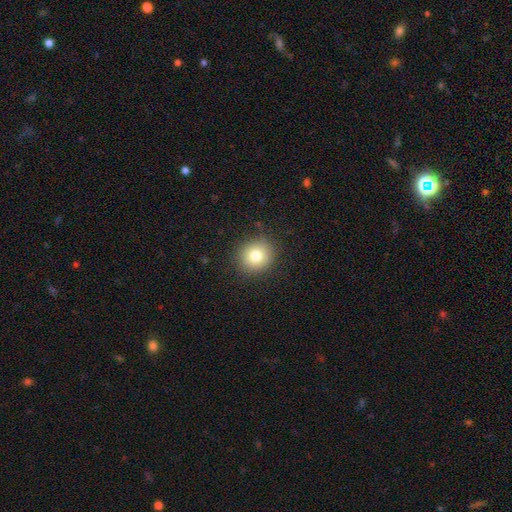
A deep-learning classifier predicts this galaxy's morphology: Q: Smooth or featured?
A: smooth (79%); runner-up: star or artifact (11%)
Q: How rounded?
A: round (87%); runner-up: in between (12%)
Q: Merging?
A: none (87%); runner-up: minor disturbance (9%)